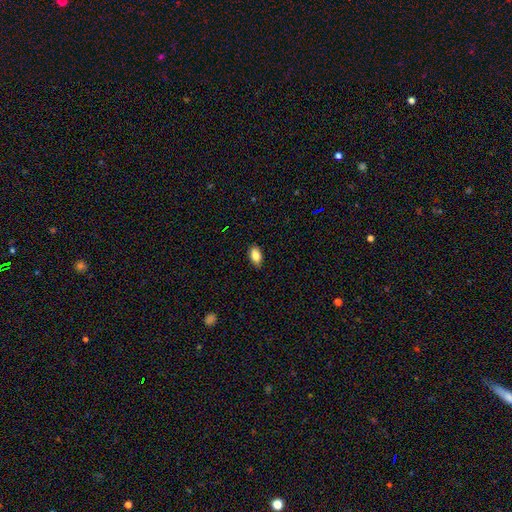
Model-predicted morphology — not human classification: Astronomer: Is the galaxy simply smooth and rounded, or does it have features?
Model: smooth — 83%.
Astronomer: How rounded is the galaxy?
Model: in between — 90%.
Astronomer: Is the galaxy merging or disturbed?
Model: none — 85%.